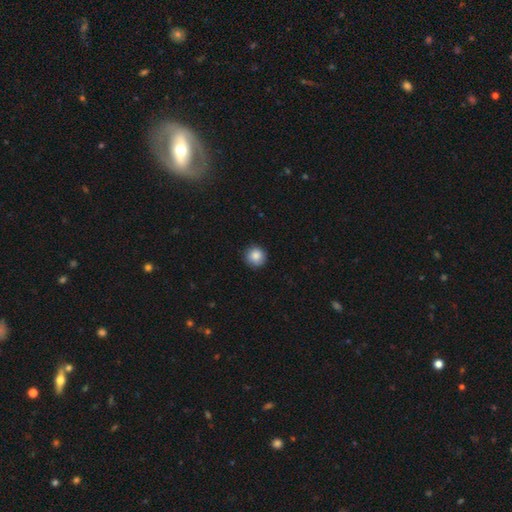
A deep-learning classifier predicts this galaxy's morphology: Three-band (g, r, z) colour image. It shows a smooth galaxy with no disk features (86%) that is round (95%). Merging: none (89%).